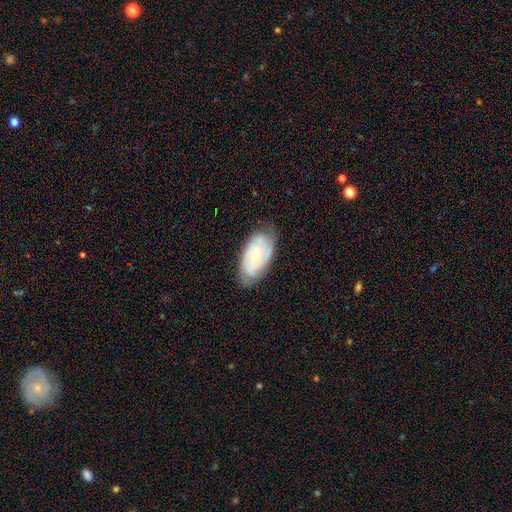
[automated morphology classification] A featured or disk galaxy (75%) with no bar (60%), 2 (36%) tight (63%) spiral arms (94%) and a small central bulge (69%). Merging: none (75%).